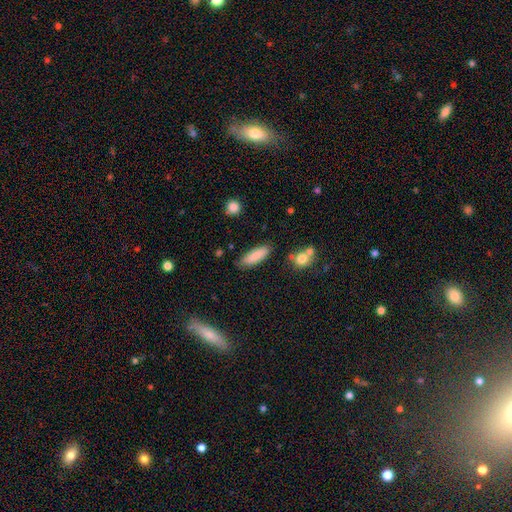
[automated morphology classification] Overall: smooth (85%). How rounded: in between (56%; cigar-shaped 42%). Merging: none (82%).